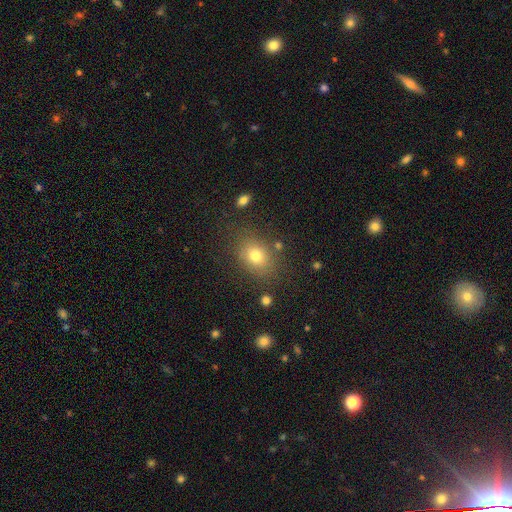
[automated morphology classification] Q: Smooth or featured?
A: smooth (75%); runner-up: star or artifact (13%)
Q: How rounded?
A: in between (62%); runner-up: round (37%)
Q: Merging?
A: none (80%); runner-up: minor disturbance (12%)